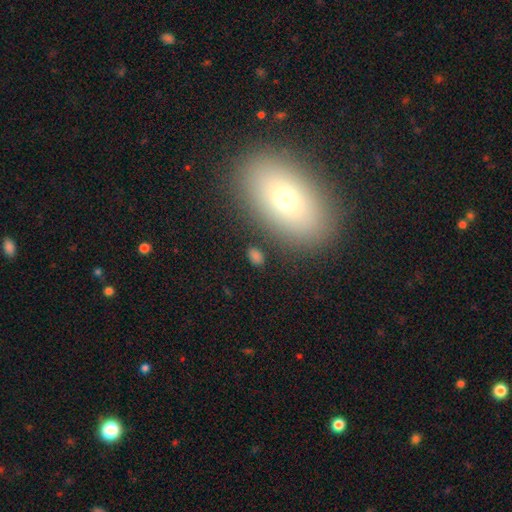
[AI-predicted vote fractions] Smooth or featured: smooth — 70% (star or artifact — 16%)
How rounded: in between — 80% (round — 16%)
Merging: none — 80% (minor disturbance — 11%)